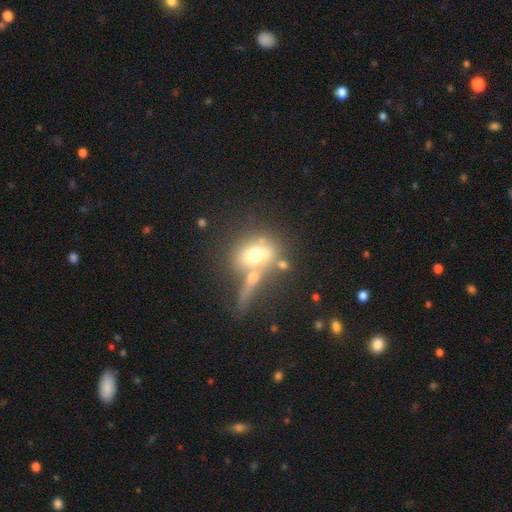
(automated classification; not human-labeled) smooth_or_featured: smooth (p=0.60) [alt: featured or disk p=0.29]
how_rounded: in between (p=0.56) [alt: round p=0.38]
merging: merger (p=0.40) [alt: none p=0.37]